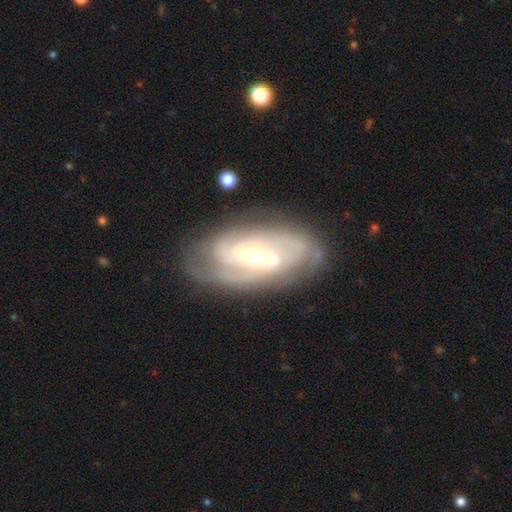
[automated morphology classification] featured or disk 85%, smooth 10%, star or artifact 5%. Down the decision tree: edge-on disk — no (94%); bar — weak (39%); spiral arms — yes (95%); spiral arm count — 2 (33%); spiral winding — tight (56%); bulge size — moderate (51%); merging — none (78%).